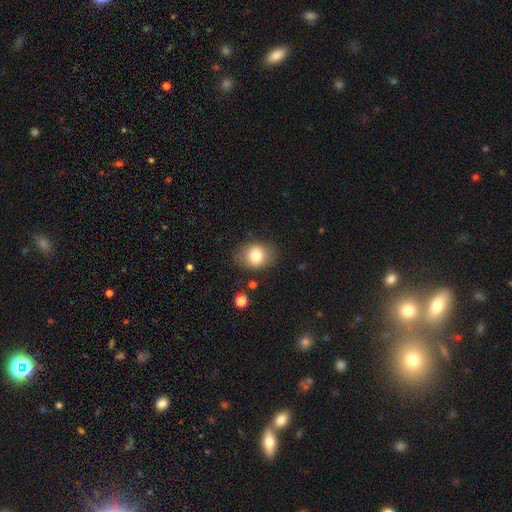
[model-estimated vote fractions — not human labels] Smooth or featured?
  - smooth: 81% *
  - featured or disk: 10%
  - star or artifact: 9%
How rounded?
  - in between: 53% *
  - round: 46%
  - cigar-shaped: 1%
Merging?
  - none: 79% *
  - minor disturbance: 15%
  - major disturbance: 5%
  - merger: 2%